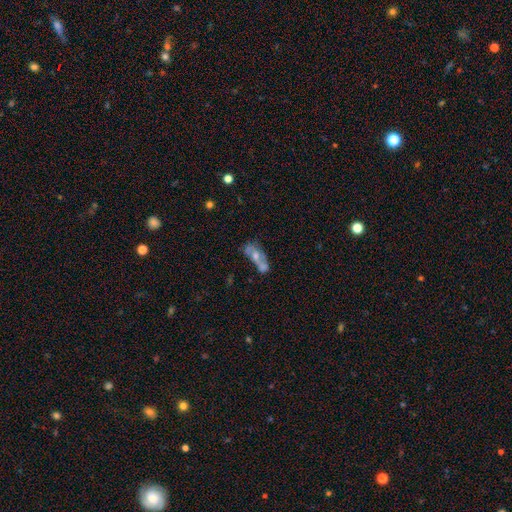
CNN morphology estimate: Overall: featured or disk (51%; smooth 38%). Edge-on disk: no (85%). Merging: none (35%; merger 34%).